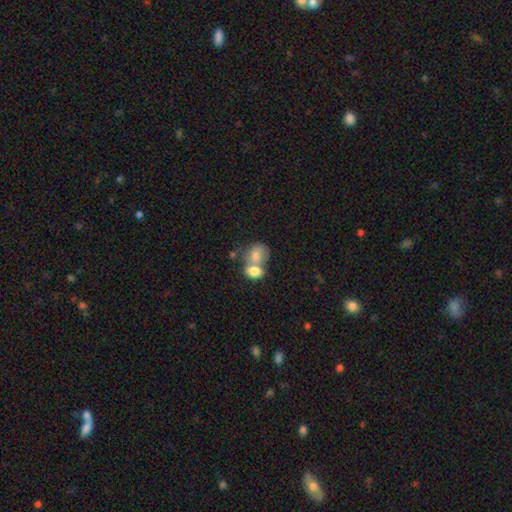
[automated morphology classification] Smooth or featured? smooth (74%)
How rounded? in between (64%)
Merging? merger (68%)